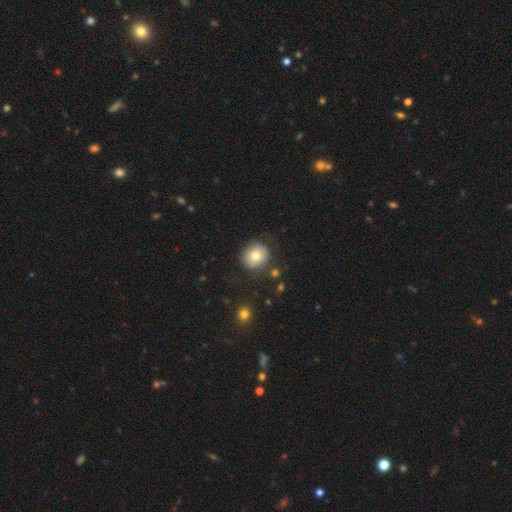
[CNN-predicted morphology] Smooth or featured? smooth (74%)
How rounded? round (75%)
Merging? none (75%)